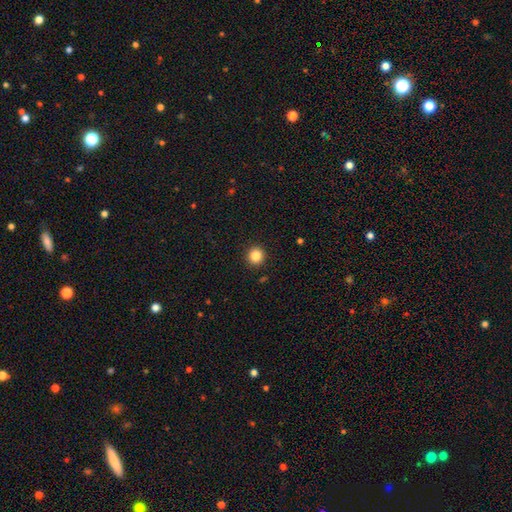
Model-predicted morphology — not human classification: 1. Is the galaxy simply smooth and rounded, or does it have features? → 84% smooth, 11% star or artifact, 5% featured or disk.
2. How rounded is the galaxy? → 93% round, 6% in between, 1% cigar-shaped.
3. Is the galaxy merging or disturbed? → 93% none, 5% minor disturbance, 2% major disturbance, 1% merger.